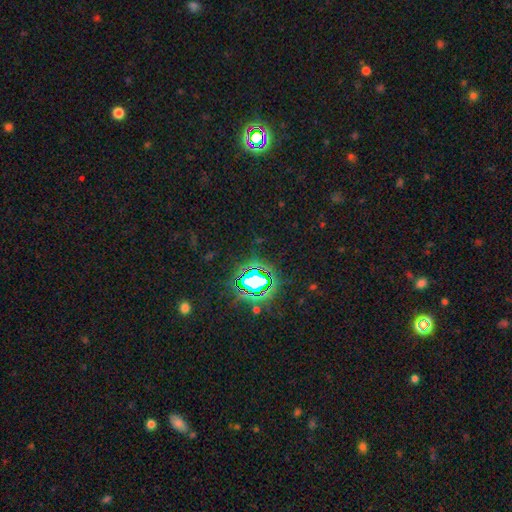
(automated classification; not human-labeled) smooth_or_featured: star or artifact (p=0.79) [alt: smooth p=0.13]